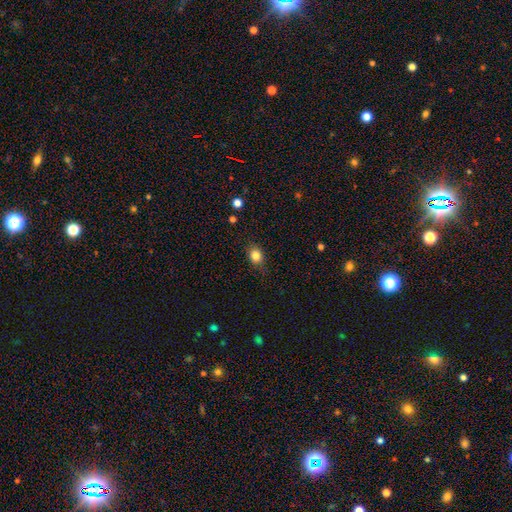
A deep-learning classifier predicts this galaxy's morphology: A smooth galaxy with no disk features (83%) that is round (50%).

Vote fractions:
- Smooth or featured? smooth: 83% / star or artifact: 11% / featured or disk: 7%
- How rounded? round: 50% / in between: 49% / cigar-shaped: 1%
- Merging? none: 80% / minor disturbance: 15% / major disturbance: 4% / merger: 1%